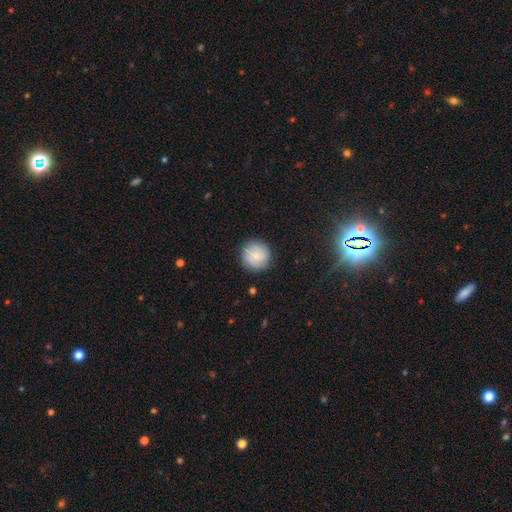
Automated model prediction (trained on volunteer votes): This appears to be a smooth galaxy with no disk features (75%) that is round (95%). Merging: none (88%).